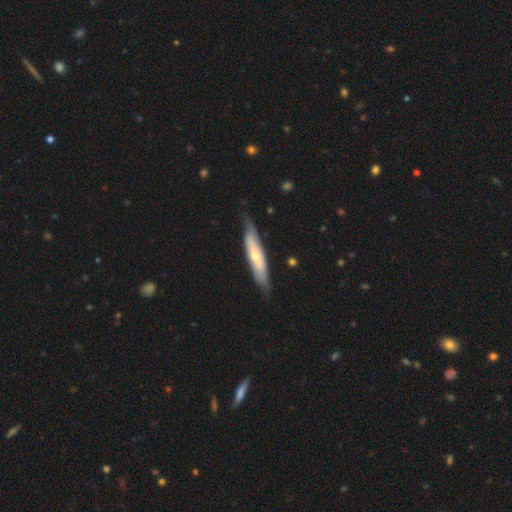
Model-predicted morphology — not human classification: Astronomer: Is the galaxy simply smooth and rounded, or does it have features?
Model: featured or disk — 53% (runner-up: smooth, 42%).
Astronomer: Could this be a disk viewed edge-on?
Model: yes — 61% (runner-up: no, 39%).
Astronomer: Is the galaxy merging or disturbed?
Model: none — 73%.